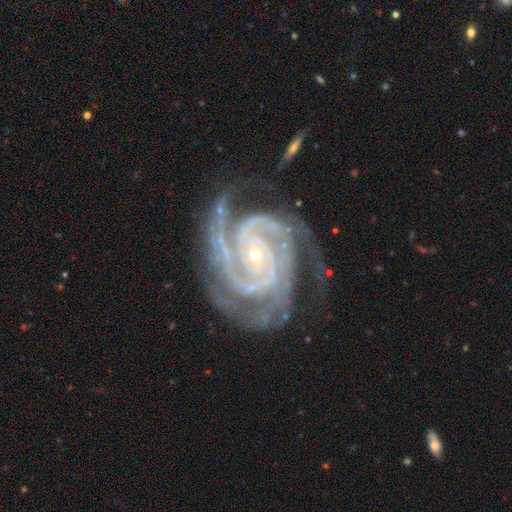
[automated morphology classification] Q: Smooth or featured?
A: featured or disk (94%); runner-up: star or artifact (4%)
Q: Edge-on disk?
A: no (98%); runner-up: yes (2%)
Q: Bar?
A: no (63%); runner-up: weak (23%)
Q: Spiral arms?
A: yes (99%); runner-up: no (1%)
Q: Spiral winding?
A: tight (73%); runner-up: medium (24%)
Q: Spiral arm count?
A: 2 (38%); runner-up: 3 (30%)
Q: Bulge size?
A: small (83%); runner-up: moderate (14%)
Q: Merging?
A: none (66%); runner-up: minor disturbance (21%)